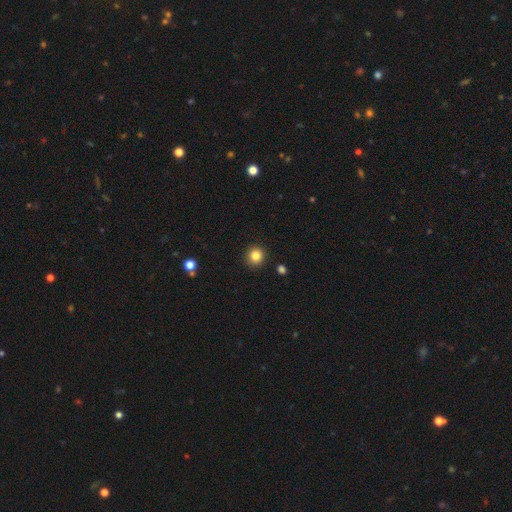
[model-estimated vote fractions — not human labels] Q: Smooth or featured?
A: smooth (84%); runner-up: star or artifact (11%)
Q: How rounded?
A: round (92%); runner-up: in between (7%)
Q: Merging?
A: none (92%); runner-up: minor disturbance (5%)